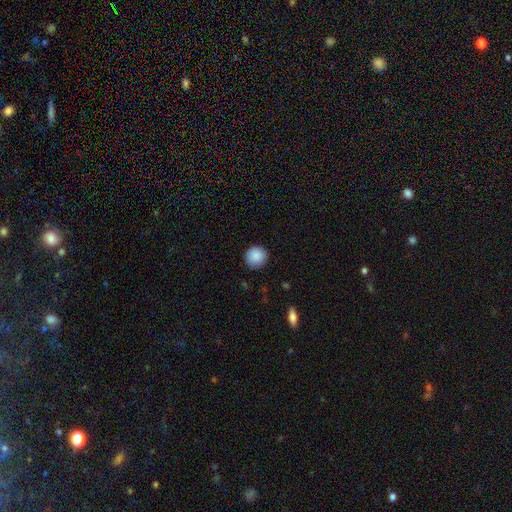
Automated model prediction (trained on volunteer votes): The model was most divided on "smooth or featured": smooth: 89%, star or artifact: 8%, featured or disk: 3%. More confident: how rounded — round (93%); merging — none (89%).